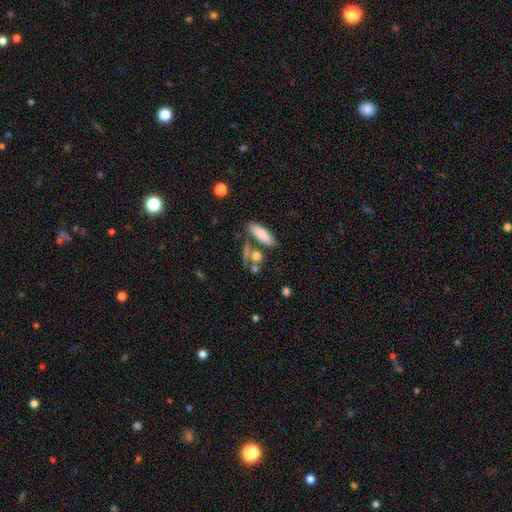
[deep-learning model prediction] A smooth galaxy with no disk features (71%) that is round (40%).

Vote fractions:
- Smooth or featured? smooth: 71% / featured or disk: 18% / star or artifact: 11%
- How rounded? round: 40% / in between: 36% / cigar-shaped: 24%
- Merging? none: 55% / merger: 27% / minor disturbance: 12% / major disturbance: 6%